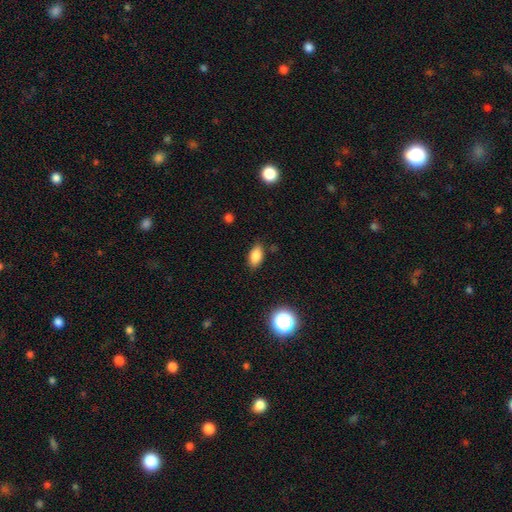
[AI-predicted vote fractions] Smooth or featured? Predicted: smooth (p=0.84). How rounded? Predicted: in between (p=0.89). Merging? Predicted: none (p=0.82).